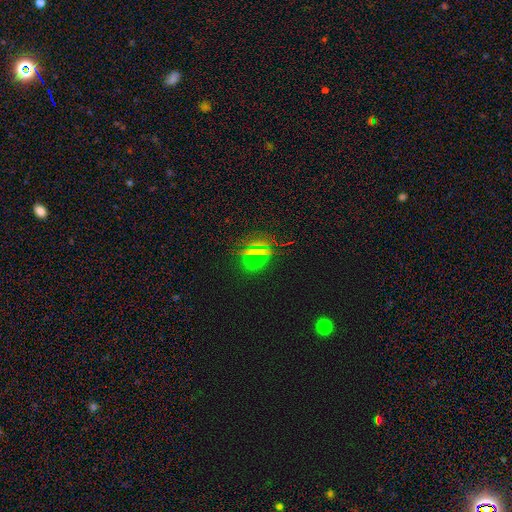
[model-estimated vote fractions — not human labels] A star or artifact, not a galaxy (46%).